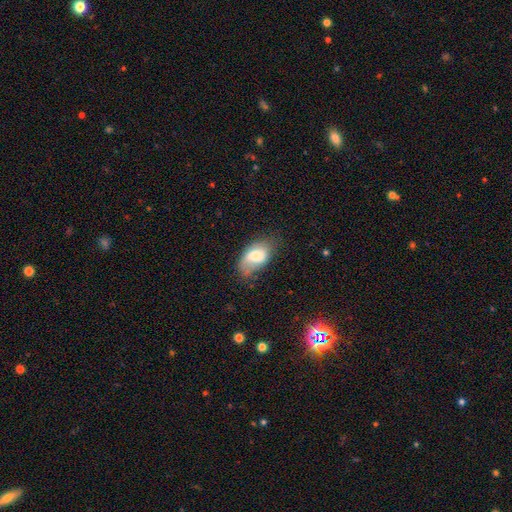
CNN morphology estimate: Smooth or featured?
  - smooth: 69% *
  - featured or disk: 24%
  - star or artifact: 8%
How rounded?
  - in between: 91% *
  - round: 7%
  - cigar-shaped: 2%
Merging?
  - none: 45% *
  - minor disturbance: 36%
  - major disturbance: 15%
  - merger: 3%